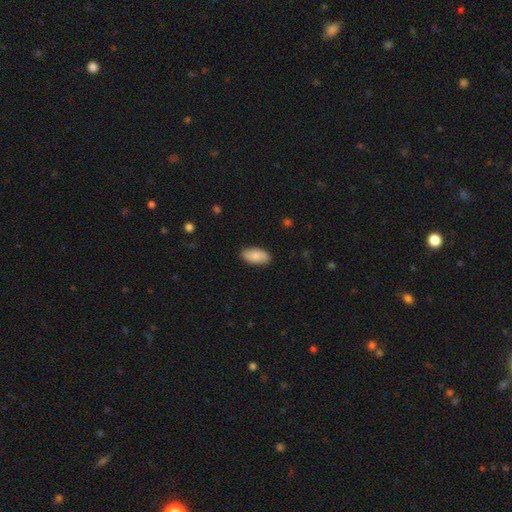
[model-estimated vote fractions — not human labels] Smooth or featured?
  - smooth: 82% *
  - featured or disk: 12%
  - star or artifact: 6%
How rounded?
  - in between: 93% *
  - cigar-shaped: 5%
  - round: 2%
Merging?
  - none: 86% *
  - minor disturbance: 11%
  - major disturbance: 2%
  - merger: 1%